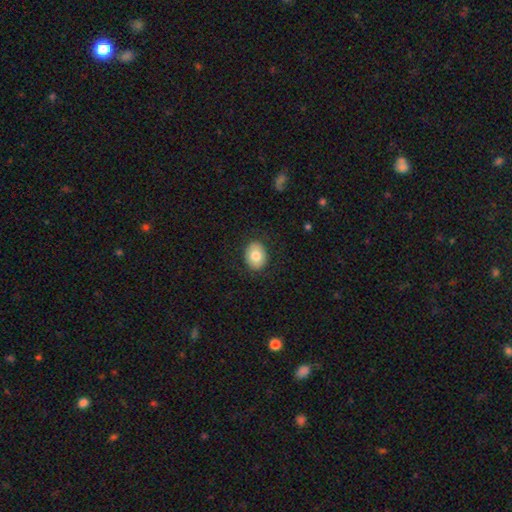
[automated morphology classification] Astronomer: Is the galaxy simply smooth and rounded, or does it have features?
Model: smooth — 80%.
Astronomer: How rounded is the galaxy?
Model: in between — 62%.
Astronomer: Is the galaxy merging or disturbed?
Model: none — 86%.